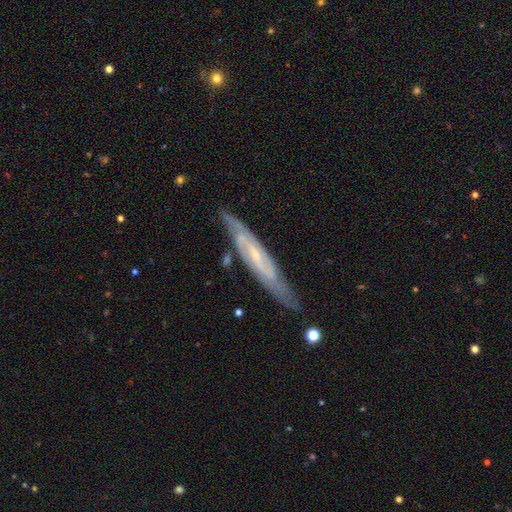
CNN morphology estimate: Smooth or featured? Predicted: featured or disk (p=0.81). Edge-on disk? Predicted: no (p=0.59). Merging? Predicted: none (p=0.76).